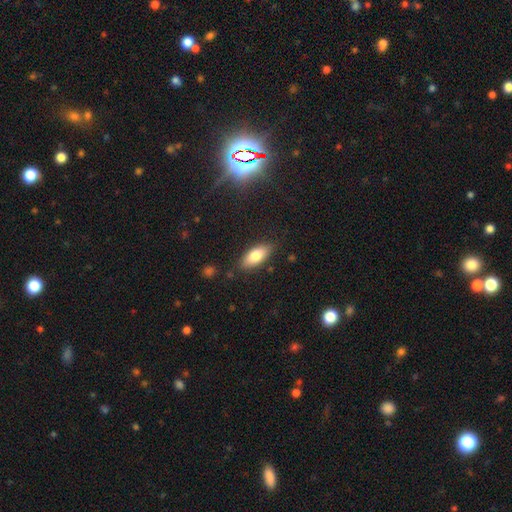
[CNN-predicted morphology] Q: Smooth or featured?
A: smooth (78%); runner-up: featured or disk (15%)
Q: How rounded?
A: in between (84%); runner-up: cigar-shaped (14%)
Q: Merging?
A: none (82%); runner-up: minor disturbance (13%)